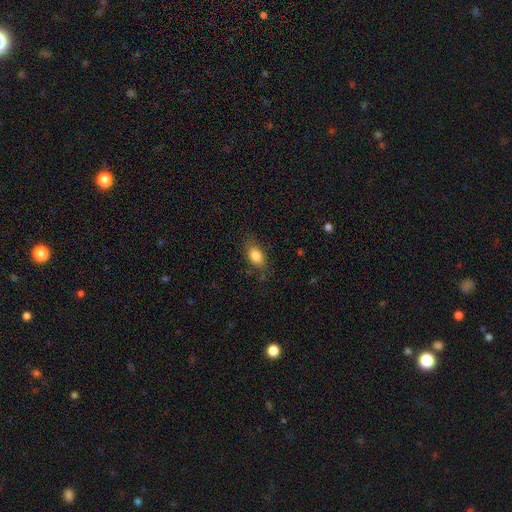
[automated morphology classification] Smooth or featured?
  - smooth: 82% *
  - featured or disk: 10%
  - star or artifact: 8%
How rounded?
  - in between: 87% *
  - round: 9%
  - cigar-shaped: 4%
Merging?
  - none: 77% *
  - minor disturbance: 17%
  - major disturbance: 5%
  - merger: 1%